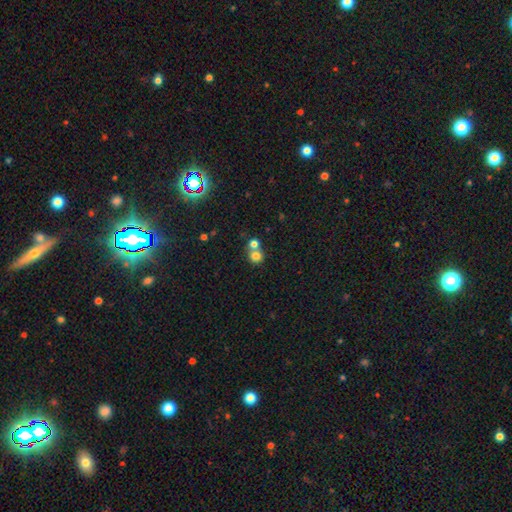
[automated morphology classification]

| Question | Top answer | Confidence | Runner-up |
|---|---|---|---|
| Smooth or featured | smooth | 78% | star or artifact (12%) |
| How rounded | round | 86% | in between (13%) |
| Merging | merger | 47% | none (44%) |